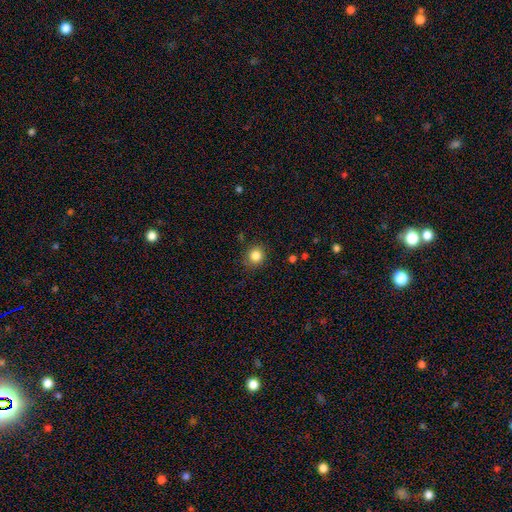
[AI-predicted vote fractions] Smooth or featured? smooth (84%)
How rounded? round (88%)
Merging? none (86%)